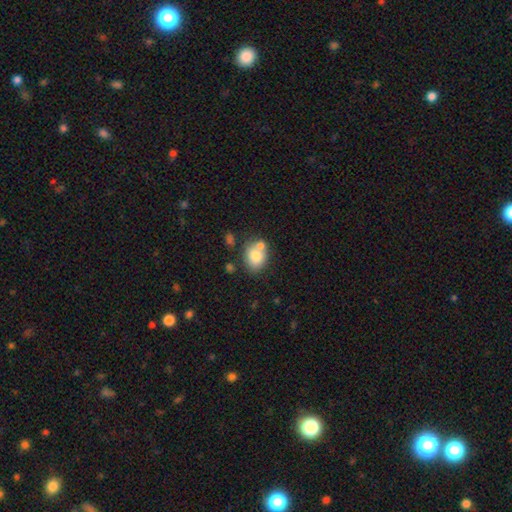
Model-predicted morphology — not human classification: type=smooth (78%); roundness=in between (50%); merging=none (52%).